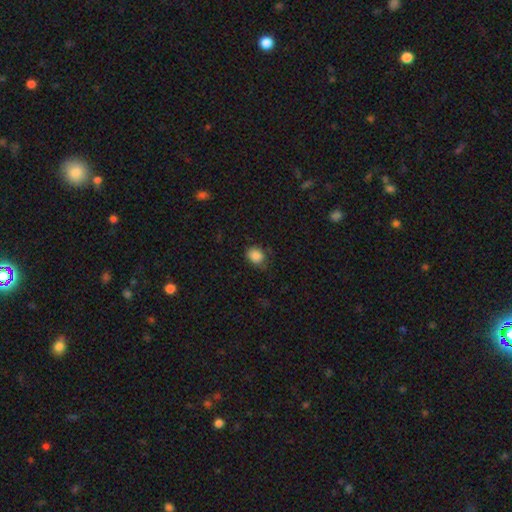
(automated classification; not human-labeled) smooth_or_featured: smooth (p=0.86) [alt: star or artifact p=0.10]
how_rounded: round (p=0.60) [alt: in between p=0.39]
merging: none (p=0.69) [alt: minor disturbance p=0.24]